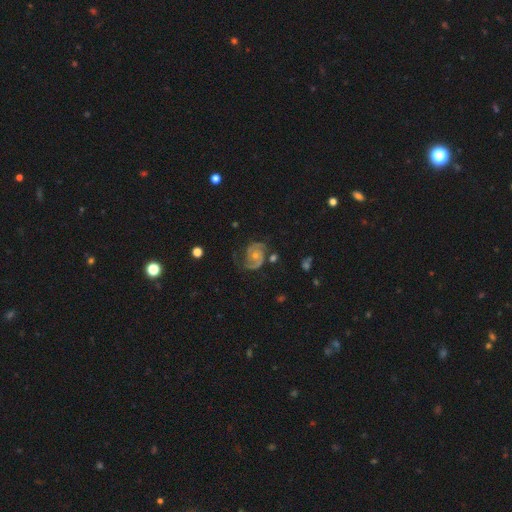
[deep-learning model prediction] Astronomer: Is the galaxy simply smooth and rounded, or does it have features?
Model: featured or disk — 87%.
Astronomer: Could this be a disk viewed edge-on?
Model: no — 98%.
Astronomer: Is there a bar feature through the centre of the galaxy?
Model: no — 74%.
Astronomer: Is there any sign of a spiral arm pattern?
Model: yes — 97%.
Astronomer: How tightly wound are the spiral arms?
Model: medium — 46% (runner-up: tight, 41%).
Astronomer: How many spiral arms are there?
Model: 2 — 84%.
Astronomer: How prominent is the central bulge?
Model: small — 53% (runner-up: moderate, 42%).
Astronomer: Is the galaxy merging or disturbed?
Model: none — 66%.